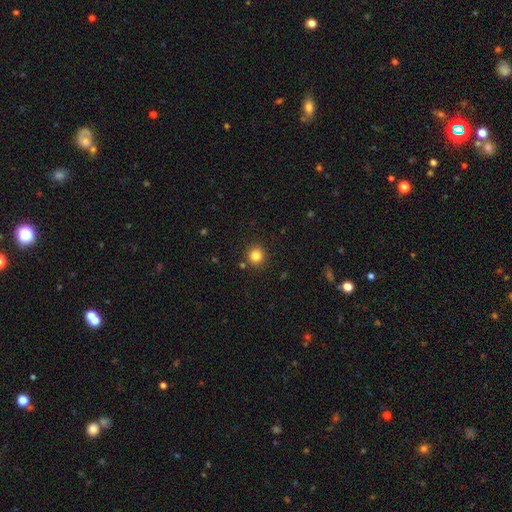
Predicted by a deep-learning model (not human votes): smooth_or_featured: smooth (p=0.83) [alt: star or artifact p=0.12]
how_rounded: round (p=0.92) [alt: in between p=0.07]
merging: none (p=0.89) [alt: minor disturbance p=0.06]